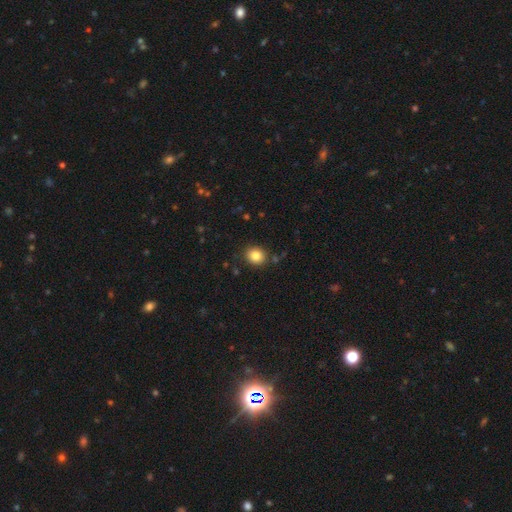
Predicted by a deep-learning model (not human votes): This is clearly a smooth galaxy (84%). How rounded: likely round (71%). Merging: clearly none (86%).